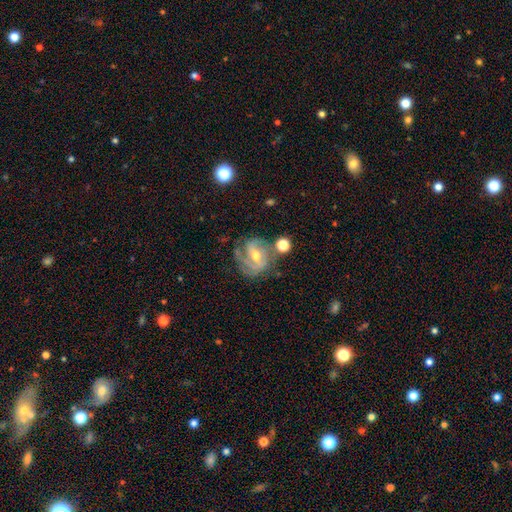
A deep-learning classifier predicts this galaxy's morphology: Smooth or featured: featured or disk — 79% (smooth — 13%)
Edge-on disk: no — 97% (yes — 3%)
Bar: weak — 50% (strong — 26%)
Spiral arms: yes — 91% (no — 9%)
Spiral winding: tight — 43% (tied with medium — 43%)
Spiral arm count: 2 — 47% (can't tell — 20%)
Bulge size: moderate — 63% (small — 28%)
Merging: none — 54% (minor disturbance — 21%)